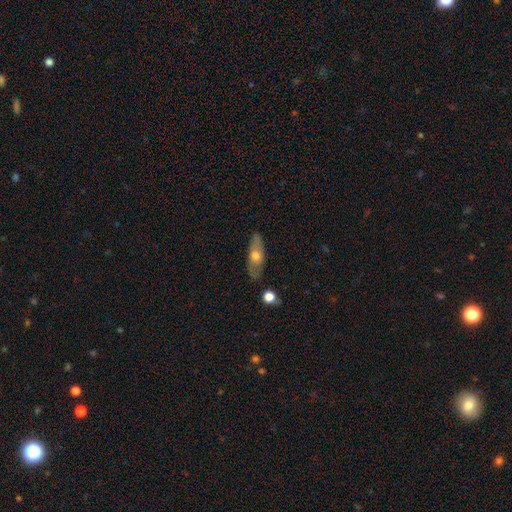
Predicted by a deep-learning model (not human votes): A smooth galaxy with no disk features (47%). Merging: none (82%).